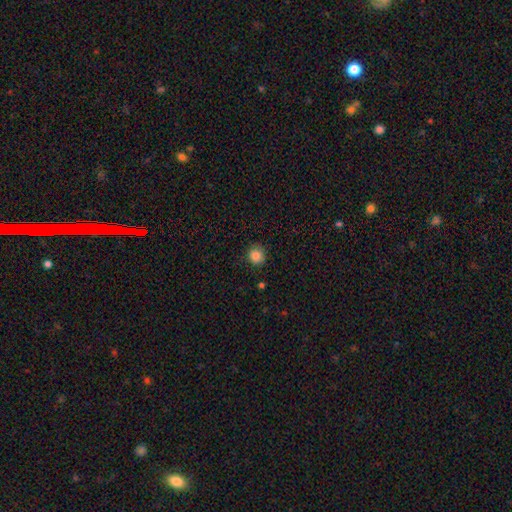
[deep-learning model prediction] This is clearly a smooth galaxy (85%). How rounded: clearly round (88%). Merging: clearly none (82%).